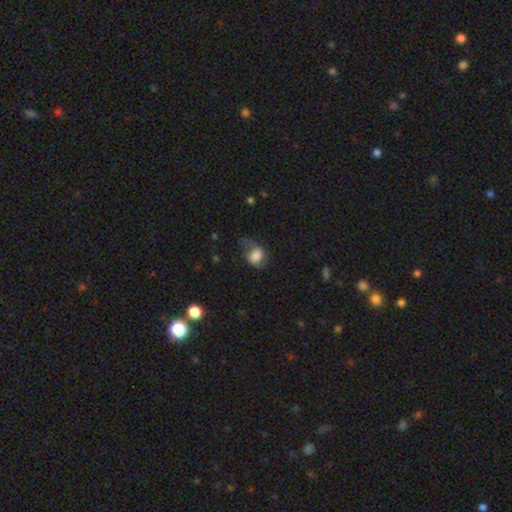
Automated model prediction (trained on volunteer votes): Morphology: type=smooth (65%); roundness=in between (63%); merging=none (37%).